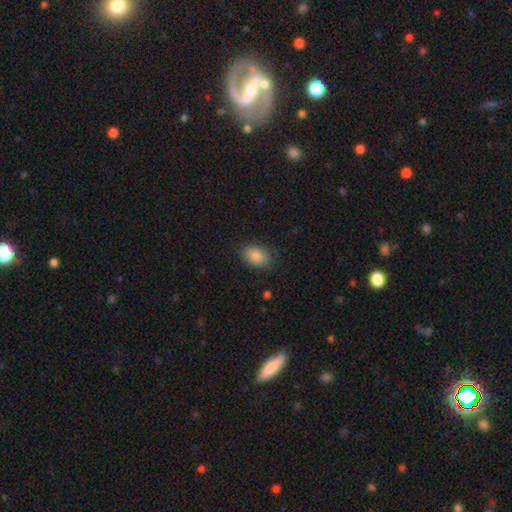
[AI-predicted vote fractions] Smooth or featured?
  - smooth: 86% *
  - star or artifact: 8%
  - featured or disk: 5%
How rounded?
  - in between: 85% *
  - round: 13%
  - cigar-shaped: 1%
Merging?
  - none: 84% *
  - minor disturbance: 12%
  - major disturbance: 3%
  - merger: 1%